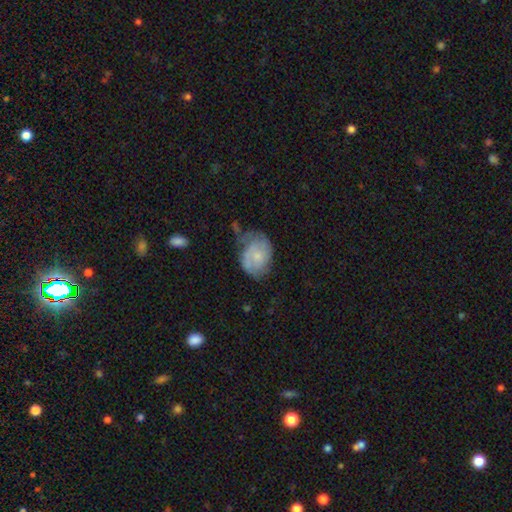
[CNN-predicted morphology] A smooth galaxy with no disk features (47%). Merging: none (39%).